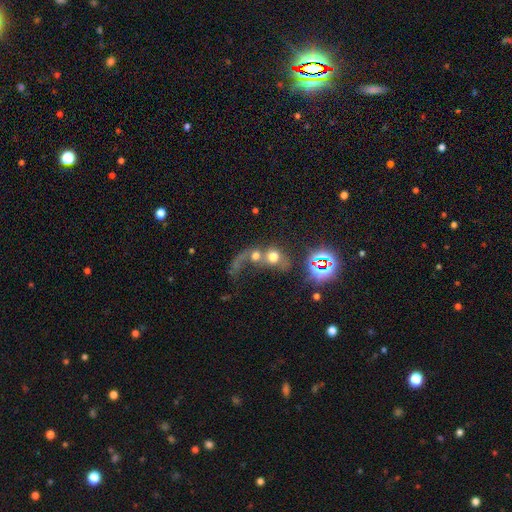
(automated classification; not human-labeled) smooth 50%, featured or disk 31%, star or artifact 19%. Down the decision tree: how rounded — round (69%); merging — merger (65%).